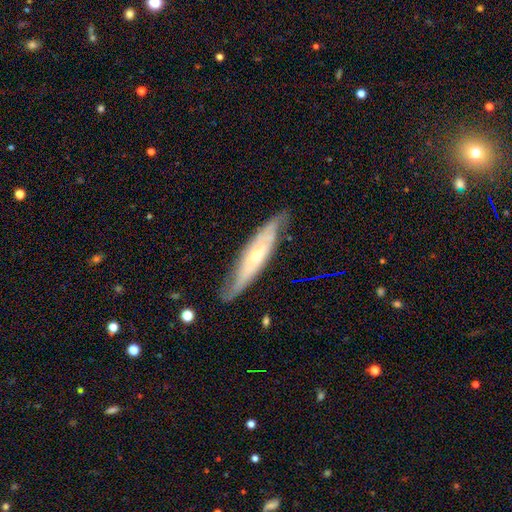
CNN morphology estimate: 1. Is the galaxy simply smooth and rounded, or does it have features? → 69% featured or disk, 25% smooth, 6% star or artifact.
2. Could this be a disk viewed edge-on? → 52% no, 48% yes.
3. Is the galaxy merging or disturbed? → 75% none, 19% minor disturbance, 5% major disturbance, 2% merger.